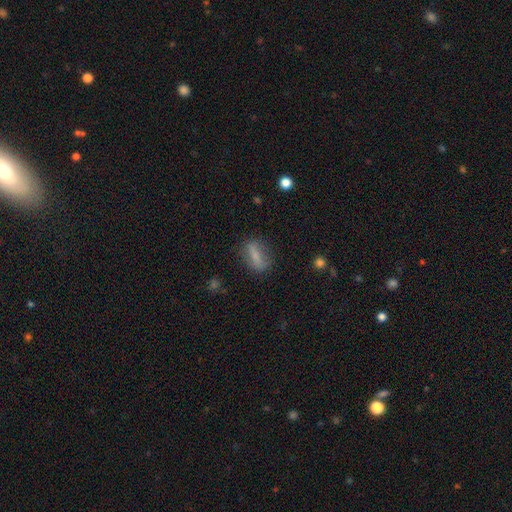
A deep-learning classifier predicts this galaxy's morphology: smooth 65%, featured or disk 26%, star or artifact 10%. Down the decision tree: how rounded — in between (59%); merging — none (77%).